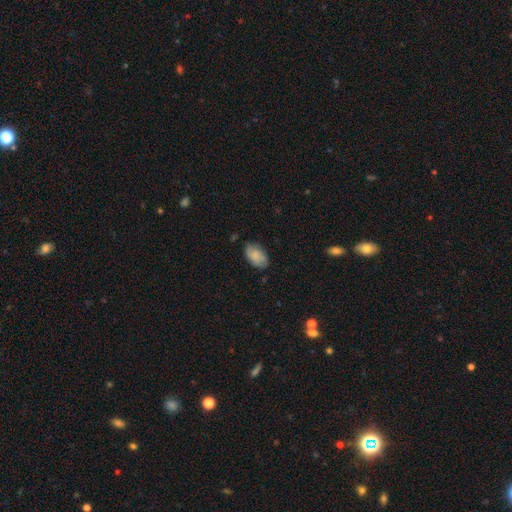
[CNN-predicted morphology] This appears to be a smooth galaxy with no disk features (80%) that is in between round and cigar-shaped (93%). Merging: none (76%).